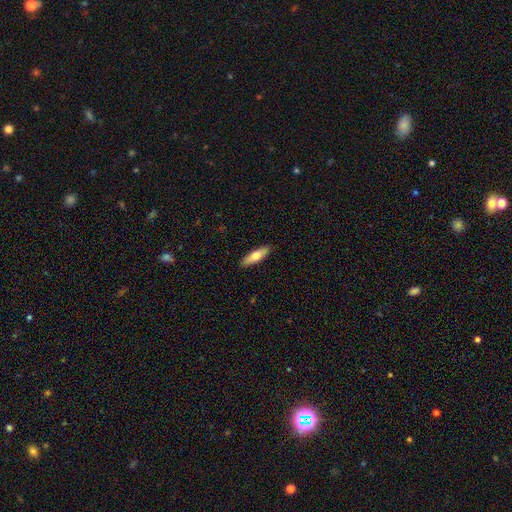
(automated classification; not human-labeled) Smooth or featured?
  - smooth: 64% *
  - featured or disk: 30%
  - star or artifact: 6%
How rounded?
  - cigar-shaped: 59% *
  - in between: 39%
  - round: 2%
Merging?
  - none: 89% *
  - minor disturbance: 8%
  - major disturbance: 2%
  - merger: 1%